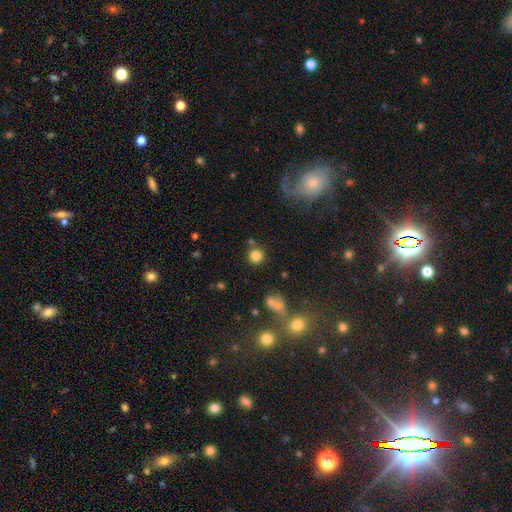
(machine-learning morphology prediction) The model was most divided on "smooth or featured": smooth: 81%, star or artifact: 13%, featured or disk: 6%. More confident: how rounded — round (93%); merging — none (81%).